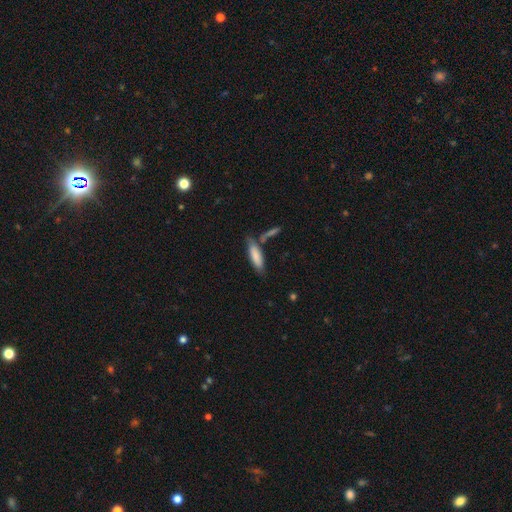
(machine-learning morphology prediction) smooth 81%, featured or disk 13%, star or artifact 6%. Down the decision tree: how rounded — cigar-shaped (55%); merging — none (62%).